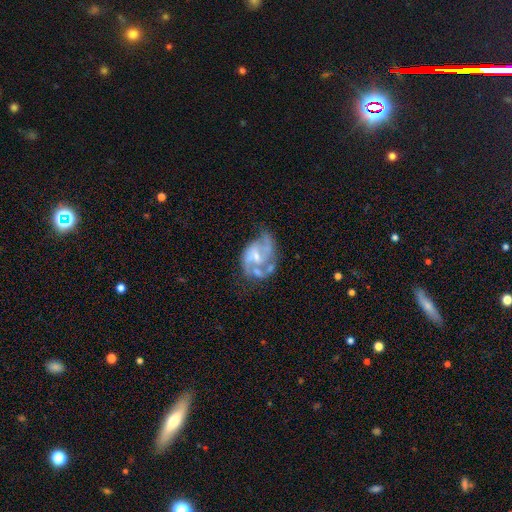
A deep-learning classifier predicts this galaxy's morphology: Smooth or featured?
  - featured or disk: 80% *
  - smooth: 14%
  - star or artifact: 7%
Edge-on disk?
  - no: 98% *
  - yes: 2%
Bar?
  - no: 45% *
  - weak: 44%
  - strong: 11%
Spiral arms?
  - yes: 84% *
  - no: 16%
Spiral winding?
  - medium: 50% *
  - loose: 26%
  - tight: 24%
Spiral arm count?
  - 2: 43% *
  - 3: 25%
  - can't tell: 19%
  - 1: 5%
  - 4: 5%
  - more than 4: 3%
Bulge size?
  - small: 47% *
  - moderate: 35%
  - none: 14%
  - large: 3%
  - dominant: 1%
Merging?
  - none: 43% *
  - minor disturbance: 24%
  - major disturbance: 23%
  - merger: 10%